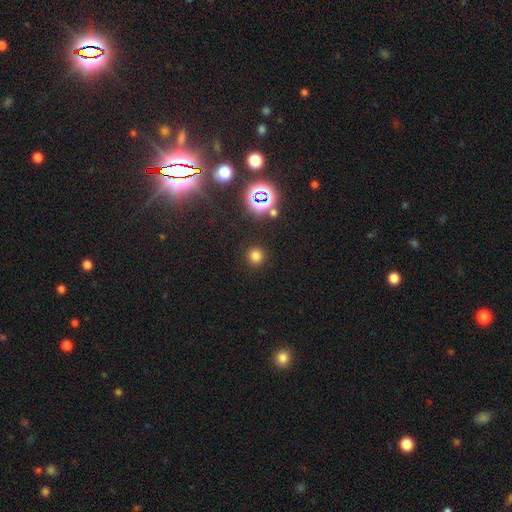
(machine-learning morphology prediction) smooth_or_featured: smooth (p=0.73) [alt: star or artifact p=0.22]
how_rounded: round (p=0.93) [alt: in between p=0.06]
merging: none (p=0.90) [alt: minor disturbance p=0.06]